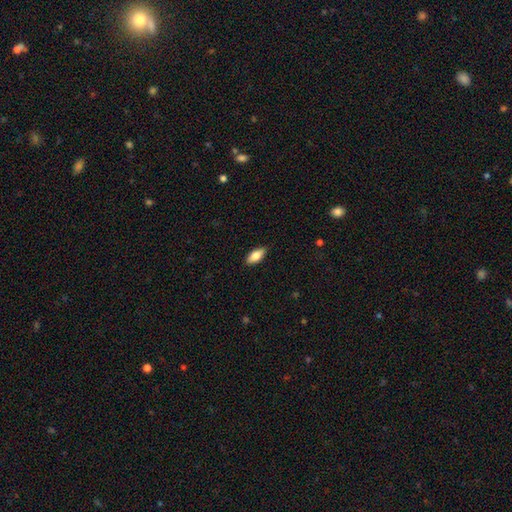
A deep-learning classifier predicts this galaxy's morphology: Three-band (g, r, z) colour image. It shows a smooth galaxy with no disk features (78%) that is in between round and cigar-shaped (86%). Merging: none (87%).